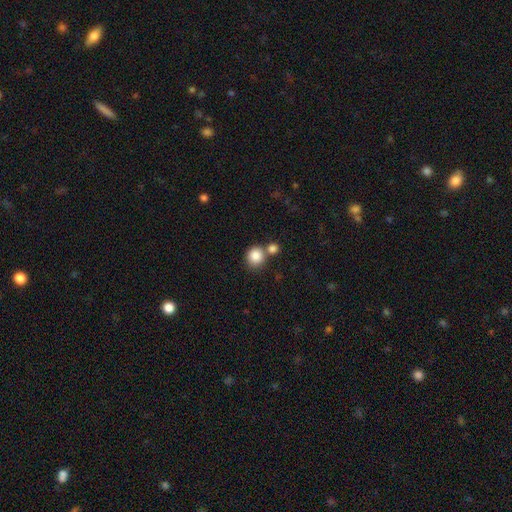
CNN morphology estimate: Smooth or featured: smooth — 86% (star or artifact — 9%)
How rounded: round — 88% (in between — 11%)
Merging: none — 57% (merger — 30%)